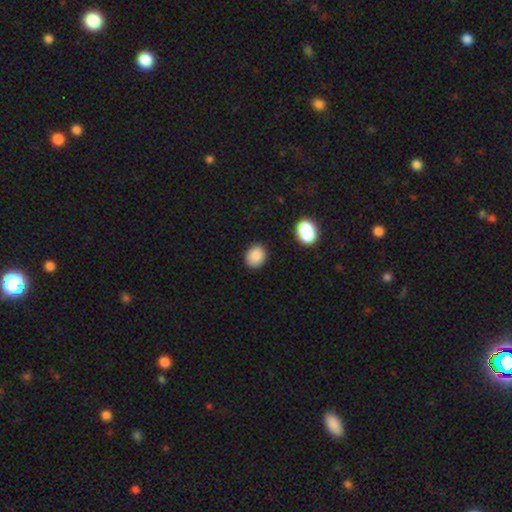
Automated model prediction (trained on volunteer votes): smooth 86%, star or artifact 9%, featured or disk 5%. Down the decision tree: how rounded — round (60%); merging — none (86%).